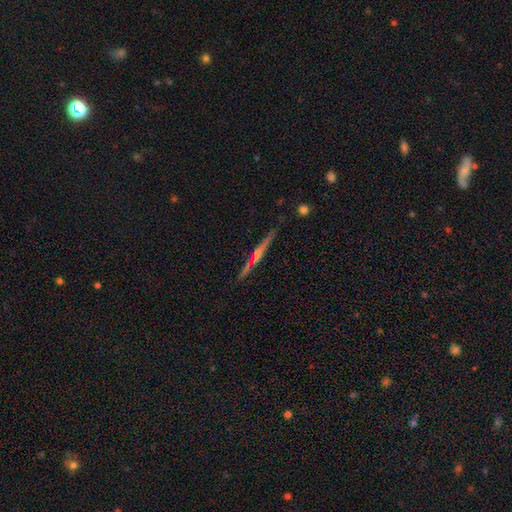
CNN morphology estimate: Smooth or featured: featured or disk — 70% (smooth — 22%)
Edge-on disk: yes — 97% (no — 3%)
Edge-on bulge: rounded — 59% (none — 30%)
Merging: none — 86% (minor disturbance — 10%)